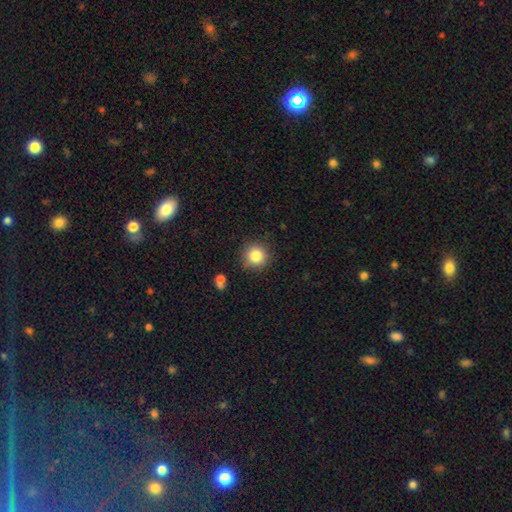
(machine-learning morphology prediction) This is clearly a smooth galaxy (82%). How rounded: clearly round (95%). Merging: clearly none (89%).